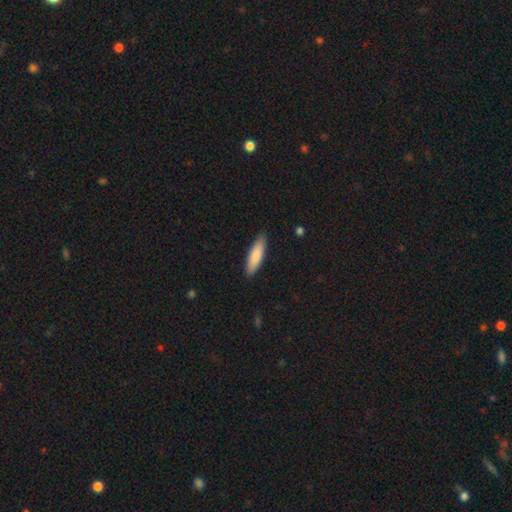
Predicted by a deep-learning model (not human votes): smooth_or_featured: smooth (p=0.83) [alt: featured or disk p=0.12]
how_rounded: cigar-shaped (p=0.60) [alt: in between p=0.38]
merging: none (p=0.88) [alt: minor disturbance p=0.09]